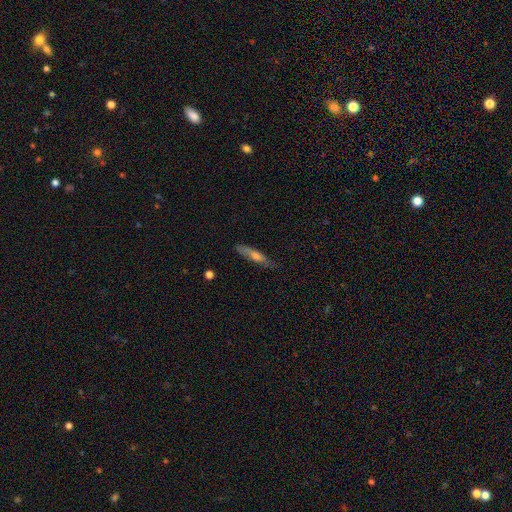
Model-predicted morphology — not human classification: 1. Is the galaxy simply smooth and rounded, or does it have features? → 49% smooth, 44% featured or disk, 7% star or artifact.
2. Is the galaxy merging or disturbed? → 78% none, 17% minor disturbance, 4% major disturbance, 2% merger.